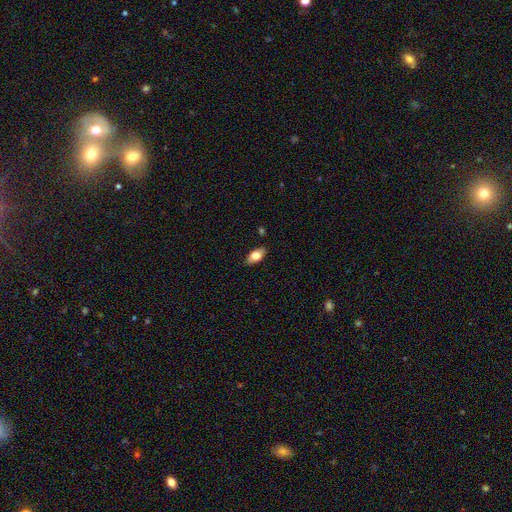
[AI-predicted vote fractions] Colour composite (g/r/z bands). It shows a smooth galaxy with no disk features (74%) that is in between round and cigar-shaped (90%). Merging: none (85%).